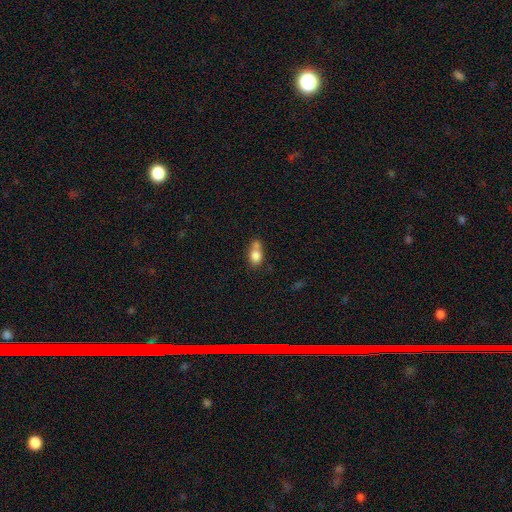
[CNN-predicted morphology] smooth-or-featured: smooth: 78% | featured or disk: 12% | star or artifact: 10%
  how-rounded: in between: 59% | round: 38% | cigar-shaped: 3%
  merging: merger: 43% | none: 33% | minor disturbance: 17% | major disturbance: 7%